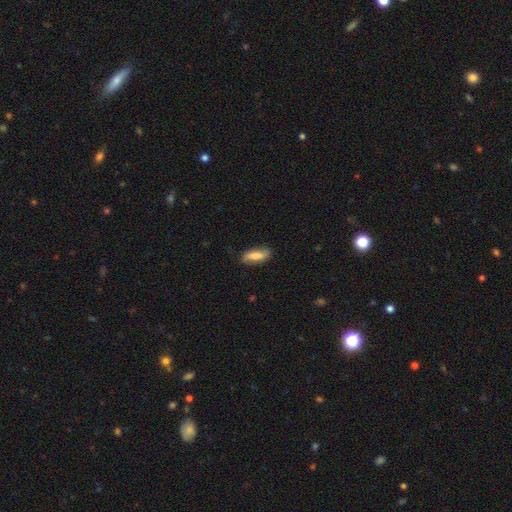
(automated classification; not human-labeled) Smooth or featured? smooth (70%)
How rounded? in between (66%)
Merging? none (78%)